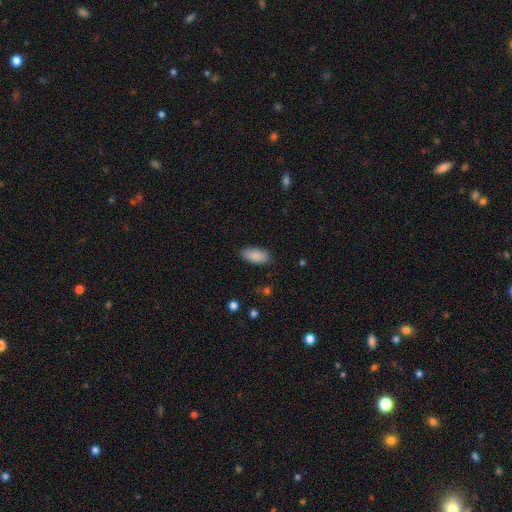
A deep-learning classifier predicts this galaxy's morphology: This is clearly a smooth galaxy (89%). How rounded: clearly in between (90%). Merging: clearly none (86%).